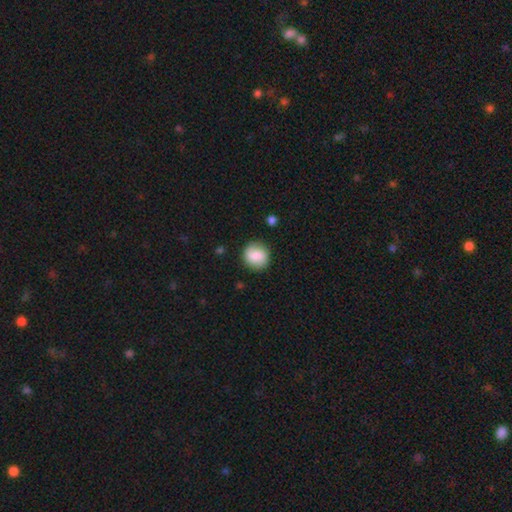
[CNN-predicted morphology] A smooth galaxy with no disk features (81%) that is round (85%).

Vote fractions:
- Smooth or featured? smooth: 81% / featured or disk: 12% / star or artifact: 7%
- How rounded? round: 85% / in between: 14% / cigar-shaped: 1%
- Merging? none: 83% / minor disturbance: 11% / major disturbance: 3% / merger: 2%